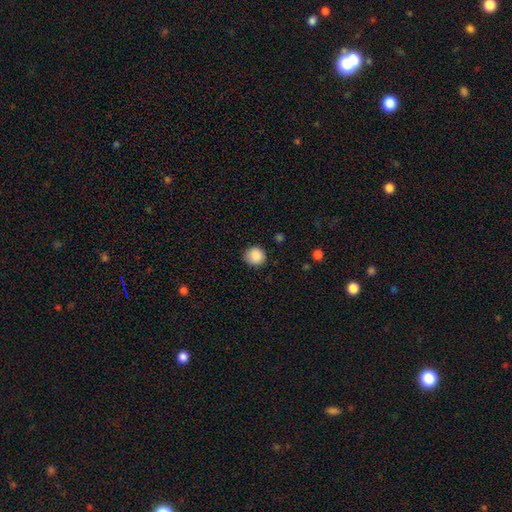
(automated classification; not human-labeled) A smooth galaxy with no disk features (88%) that is round (89%). Merging: none (84%).